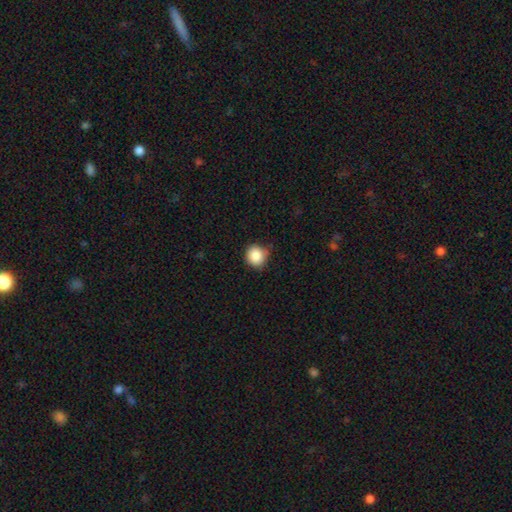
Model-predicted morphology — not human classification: A smooth galaxy with no disk features (87%) that is round (89%). Merging: none (72%).